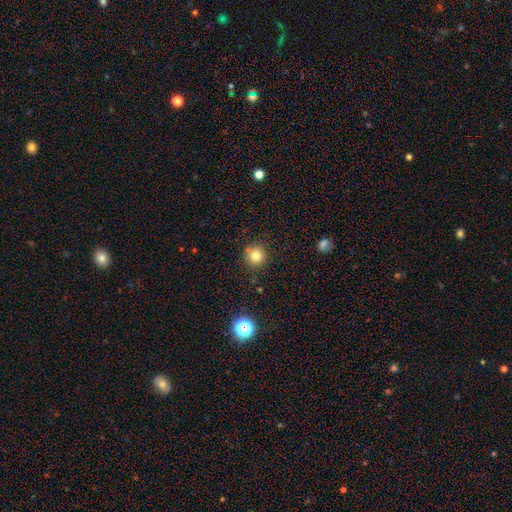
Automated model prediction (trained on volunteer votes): smooth 78%, star or artifact 15%, featured or disk 8%. Down the decision tree: how rounded — round (94%); merging — none (86%).